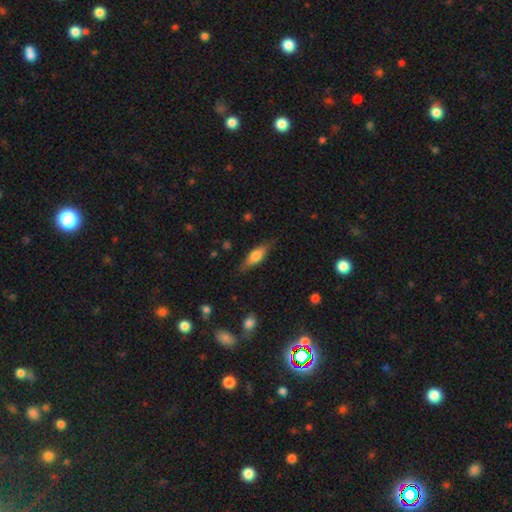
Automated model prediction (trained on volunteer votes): Smooth or featured? smooth (56%)
How rounded? in between (53%)
Merging? none (80%)